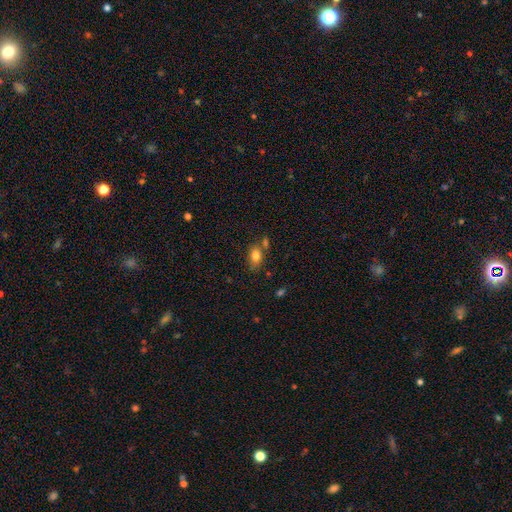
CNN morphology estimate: smooth 80%, featured or disk 11%, star or artifact 9%. Down the decision tree: how rounded — in between (82%); merging — none (61%).